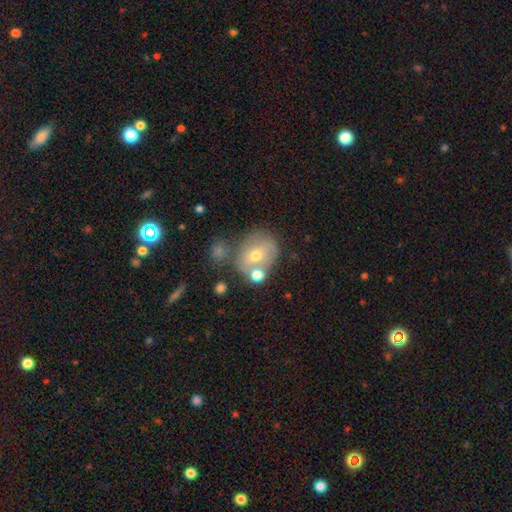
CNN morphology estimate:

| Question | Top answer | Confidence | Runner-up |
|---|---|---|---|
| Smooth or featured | featured or disk | 46% | smooth (42%) |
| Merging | none | 50% | merger (24%) |